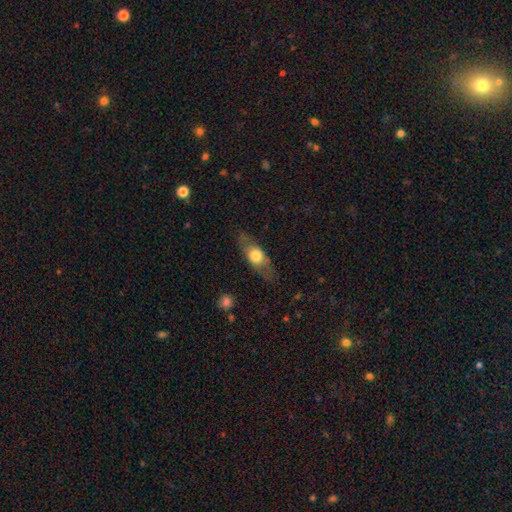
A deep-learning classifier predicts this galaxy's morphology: smooth 54%, featured or disk 40%, star or artifact 6%. Down the decision tree: how rounded — in between (62%); merging — none (79%).